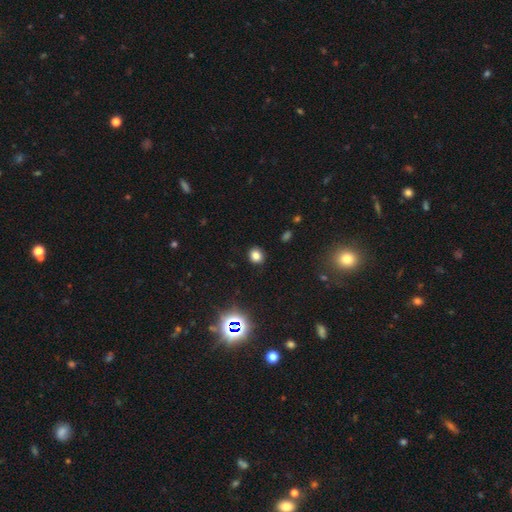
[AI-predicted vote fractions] Overall: smooth (78%). How rounded: round (76%). Merging: none (89%).